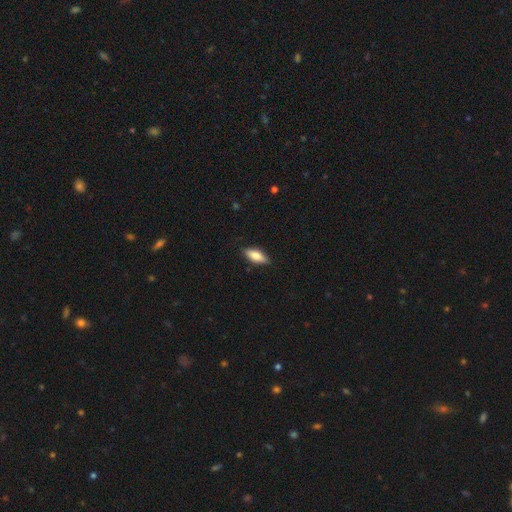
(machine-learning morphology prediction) A smooth galaxy with no disk features (76%) that is in between round and cigar-shaped (72%). Merging: none (85%).